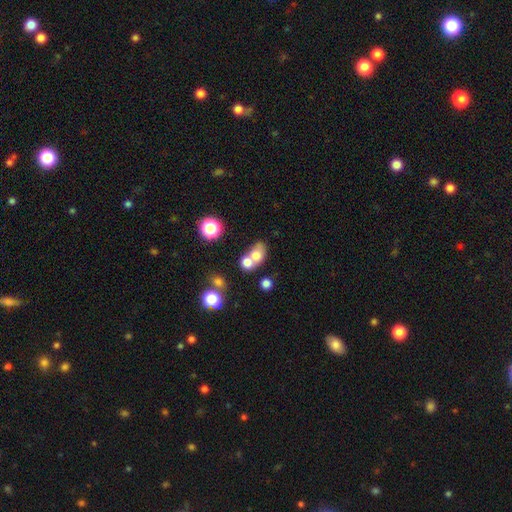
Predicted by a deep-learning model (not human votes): Smooth or featured: smooth — 70% (featured or disk — 18%)
How rounded: in between — 56% (round — 42%)
Merging: merger — 56% (none — 31%)